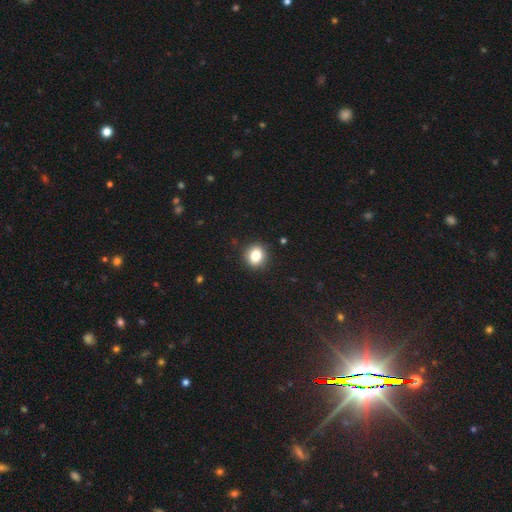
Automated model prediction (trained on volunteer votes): This appears to be a smooth galaxy with no disk features (83%) that is round (70%). Merging: none (88%).